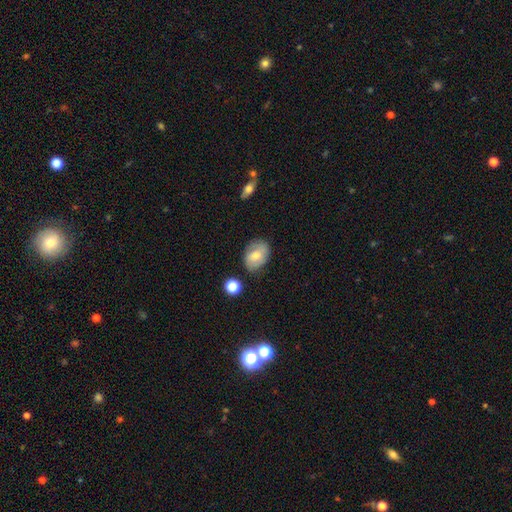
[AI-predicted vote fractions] The model was most divided on "smooth or featured": smooth: 59%, featured or disk: 32%, star or artifact: 9%. More confident: merging — none (74%); how rounded — in between (73%).